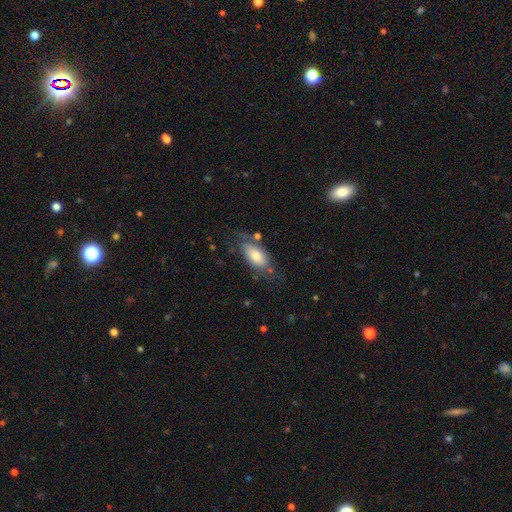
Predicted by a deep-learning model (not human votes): Q: Smooth or featured?
A: smooth (66%); runner-up: featured or disk (27%)
Q: How rounded?
A: in between (89%); runner-up: cigar-shaped (7%)
Q: Merging?
A: none (57%); runner-up: minor disturbance (24%)